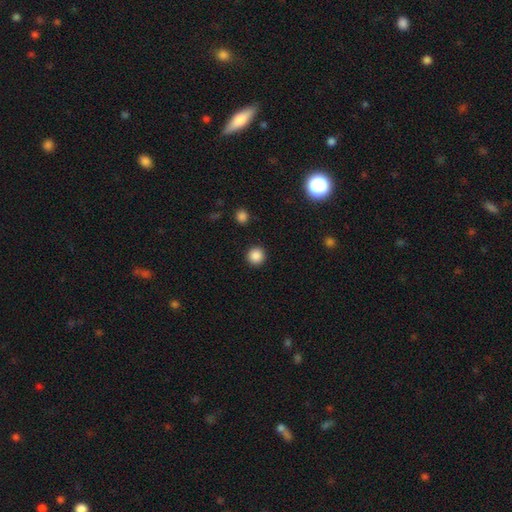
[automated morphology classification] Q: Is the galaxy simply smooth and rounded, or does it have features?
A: smooth — 87%.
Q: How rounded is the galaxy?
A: round — 95%.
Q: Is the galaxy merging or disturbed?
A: none — 92%.